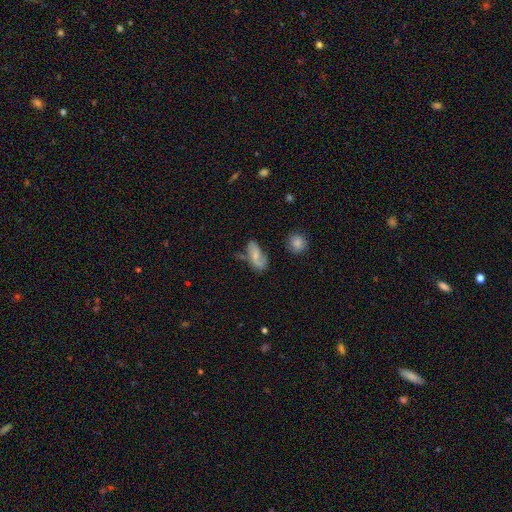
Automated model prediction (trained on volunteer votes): smooth-or-featured: featured or disk: 49% | smooth: 43% | star or artifact: 8%
  merging: none: 51% | minor disturbance: 28% | major disturbance: 14% | merger: 7%